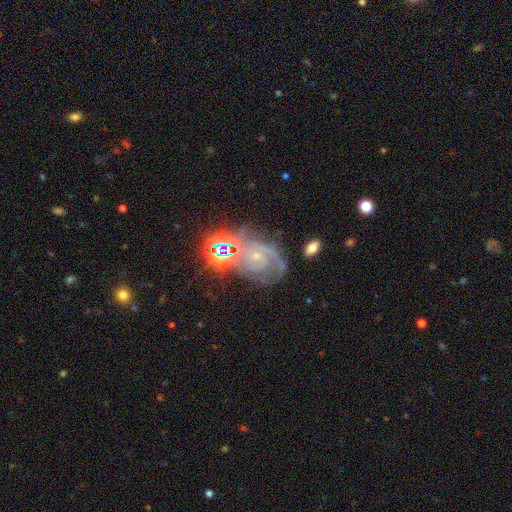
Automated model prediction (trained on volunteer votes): smooth-or-featured: featured or disk: 78% | star or artifact: 15% | smooth: 7%
  disk-edge-on: no: 98% | yes: 2%
    bar: no: 66% | weak: 26% | strong: 8%
    has-spiral-arms: yes: 97% | no: 3%
      spiral-winding: tight: 55% | medium: 37% | loose: 7%
      spiral-arm-count: 2: 44% | 3: 22% | can't tell: 17% | 4: 6% | 1: 6% | more than 4: 5%
    bulge-size: small: 79% | moderate: 16% | none: 3% | large: 1% | dominant: 1%
  merging: none: 59% | minor disturbance: 20% | major disturbance: 13% | merger: 8%